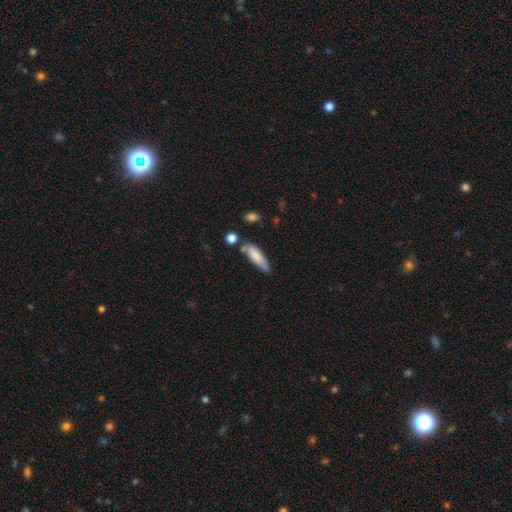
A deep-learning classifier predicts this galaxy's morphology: A smooth galaxy with no disk features (77%) that is cigar-shaped (56%). Merging: none (61%).